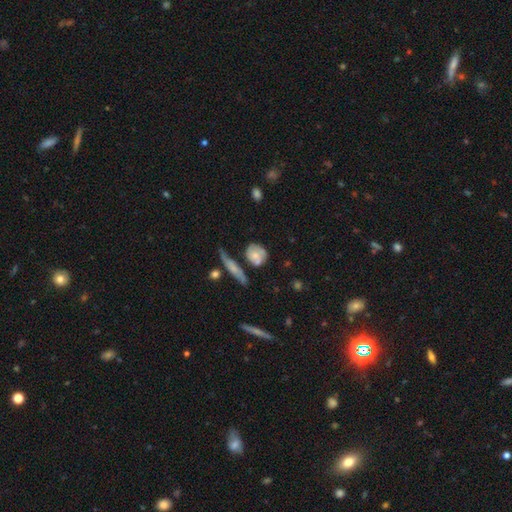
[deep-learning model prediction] This appears to be a smooth galaxy with no disk features (56%) that is round (67%). Merging: none (46%).